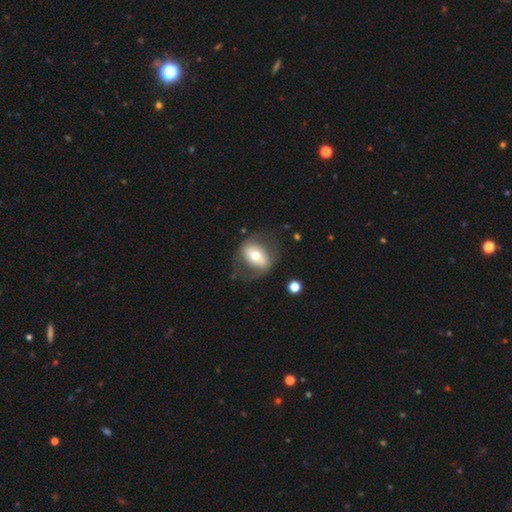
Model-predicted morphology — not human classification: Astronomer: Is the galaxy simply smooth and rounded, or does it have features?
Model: smooth — 49% (runner-up: featured or disk, 45%).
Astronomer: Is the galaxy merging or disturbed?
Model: none — 62%.